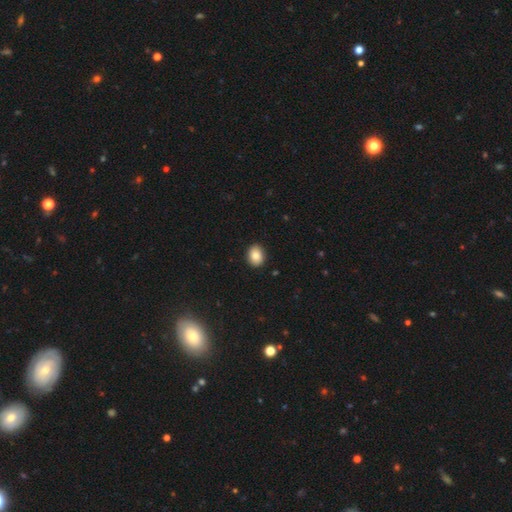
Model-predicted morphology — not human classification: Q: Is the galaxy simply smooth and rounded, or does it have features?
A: smooth — 85%.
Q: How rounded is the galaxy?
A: in between — 60%.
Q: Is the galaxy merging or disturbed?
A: none — 90%.